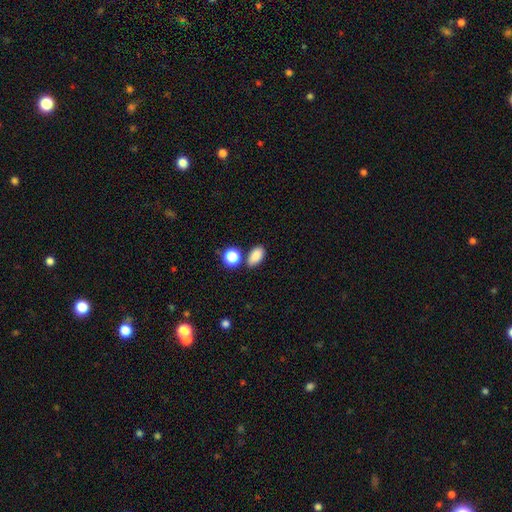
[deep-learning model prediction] smooth_or_featured: smooth (p=0.86) [alt: star or artifact p=0.09]
how_rounded: in between (p=0.87) [alt: round p=0.11]
merging: none (p=0.72) [alt: merger p=0.12]